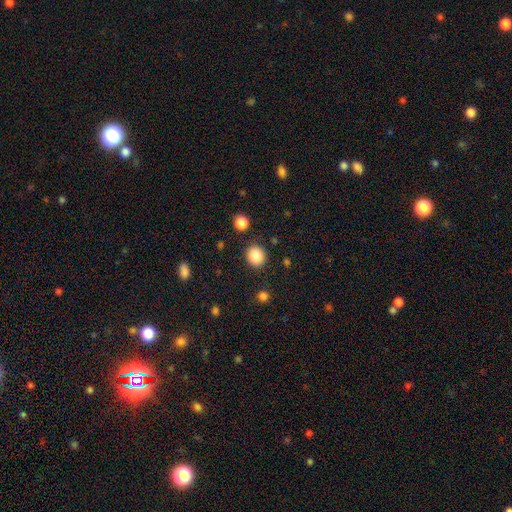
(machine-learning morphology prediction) A smooth galaxy with no disk features (86%) that is round (84%). Merging: none (88%).